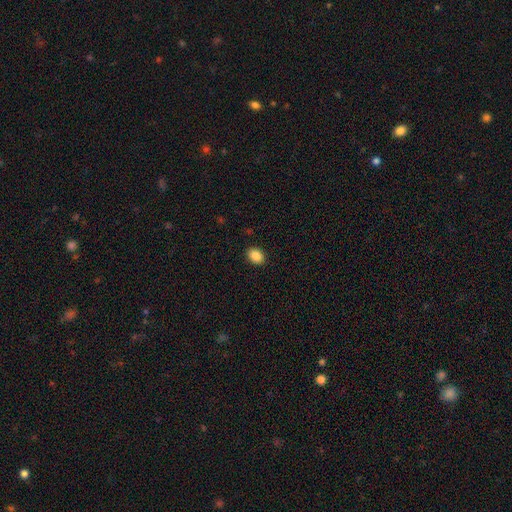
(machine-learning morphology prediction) Smooth or featured? Predicted: smooth (p=0.89). How rounded? Predicted: in between (p=0.75). Merging? Predicted: none (p=0.90).